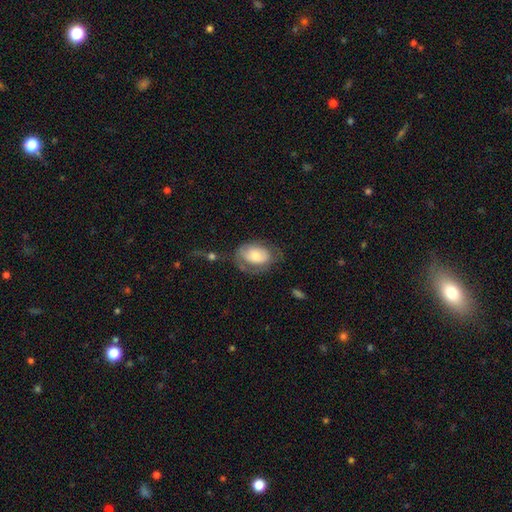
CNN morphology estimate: type=smooth (56%); roundness=in between (84%); merging=none (45%).